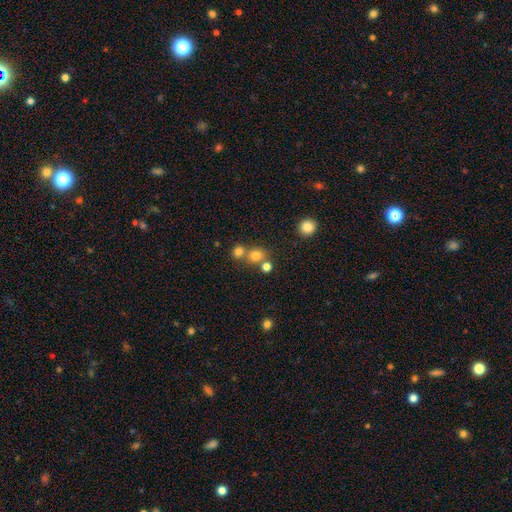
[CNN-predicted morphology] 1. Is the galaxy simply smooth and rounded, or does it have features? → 76% smooth, 16% star or artifact, 8% featured or disk.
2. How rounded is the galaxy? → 85% round, 14% in between, 1% cigar-shaped.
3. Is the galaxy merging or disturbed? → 58% none, 33% merger, 7% minor disturbance, 3% major disturbance.